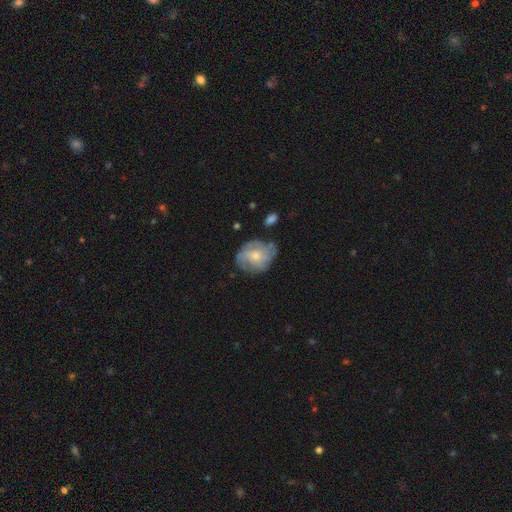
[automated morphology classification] featured or disk 67%, smooth 26%, star or artifact 7%. Down the decision tree: edge-on disk — no (97%); bar — no (72%); spiral arms — yes (85%); spiral arm count — can't tell (36%); spiral winding — tight (43%); bulge size — small (56%); merging — none (67%).